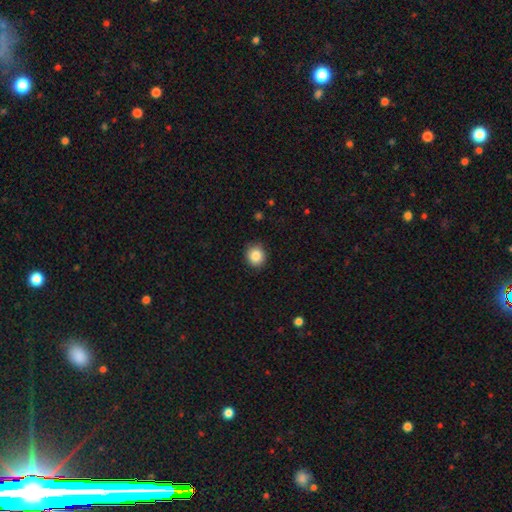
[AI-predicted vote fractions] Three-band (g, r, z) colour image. It shows a smooth galaxy with no disk features (86%) that is round (87%). Merging: none (88%).